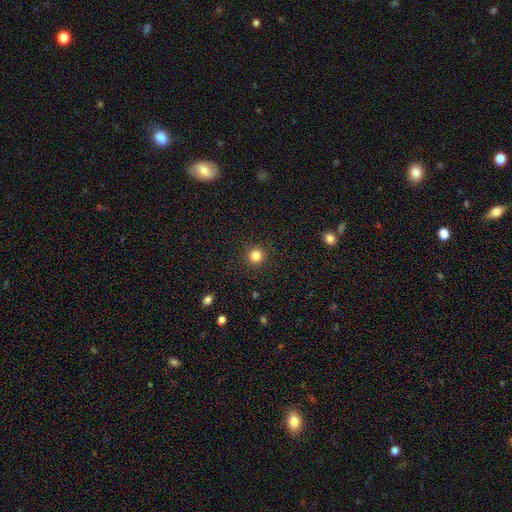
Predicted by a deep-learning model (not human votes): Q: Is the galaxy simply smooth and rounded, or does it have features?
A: smooth — 83%.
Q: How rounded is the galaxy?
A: round — 95%.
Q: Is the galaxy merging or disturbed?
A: none — 92%.